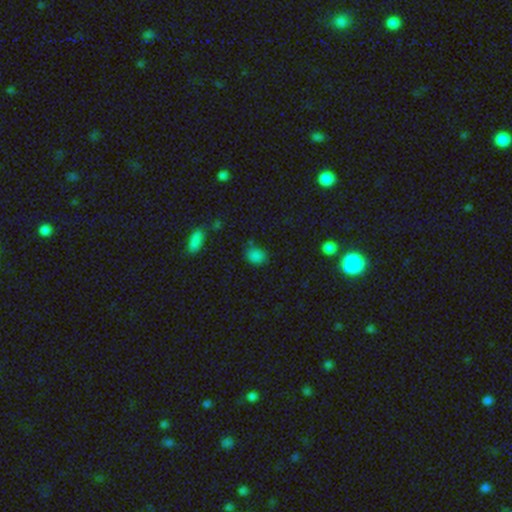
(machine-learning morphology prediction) Smooth or featured? smooth (80%)
How rounded? in between (52%)
Merging? none (74%)